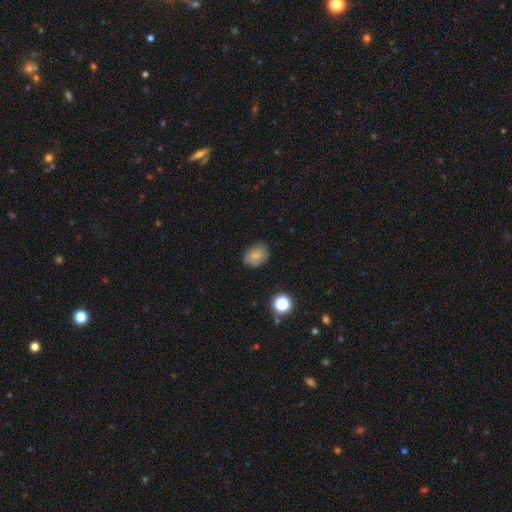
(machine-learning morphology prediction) smooth_or_featured: smooth (p=0.79) [alt: star or artifact p=0.11]
how_rounded: in between (p=0.65) [alt: round p=0.34]
merging: none (p=0.75) [alt: minor disturbance p=0.19]